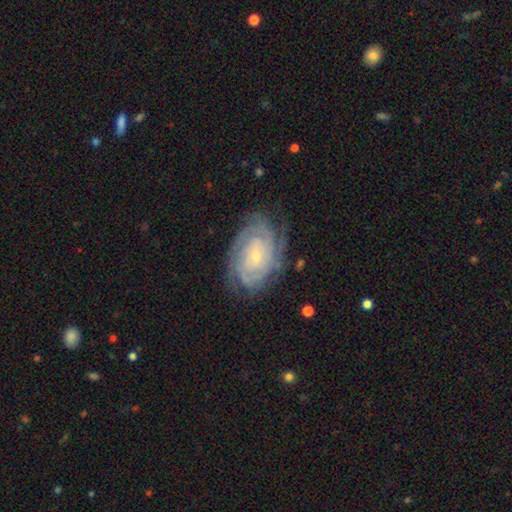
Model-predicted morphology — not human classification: type=featured or disk (83%); edge-on=no (96%); bar=no (70%); spiral arms=yes (95%); winding=tight (76%); arm count=can't tell (41%); bulge=small (77%); merging=none (72%).